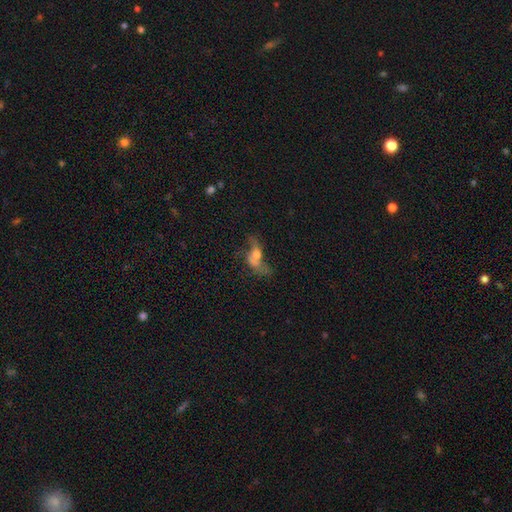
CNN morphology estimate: A featured or disk galaxy (54%). Merging: major disturbance (37%).